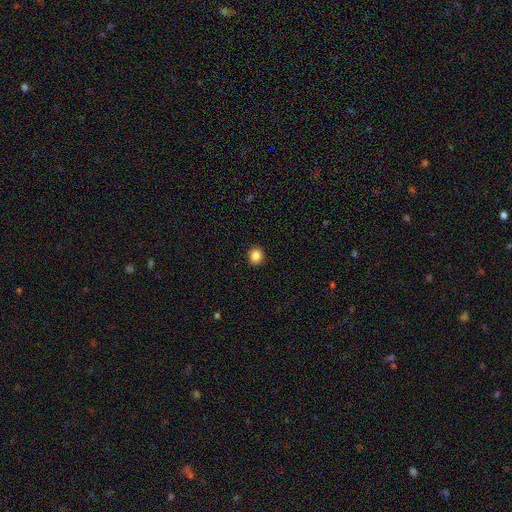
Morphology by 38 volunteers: Overall: smooth (97%). How rounded: round (81%). Merging: none (84%).